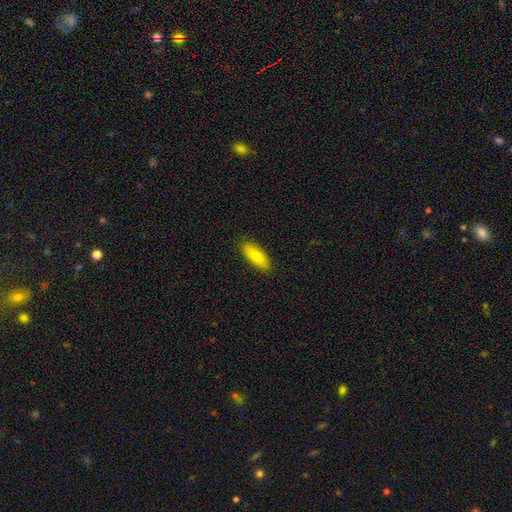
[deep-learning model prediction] smooth_or_featured: smooth (p=0.76) [alt: featured or disk p=0.17]
how_rounded: in between (p=0.61) [alt: cigar-shaped p=0.37]
merging: none (p=0.89) [alt: minor disturbance p=0.08]